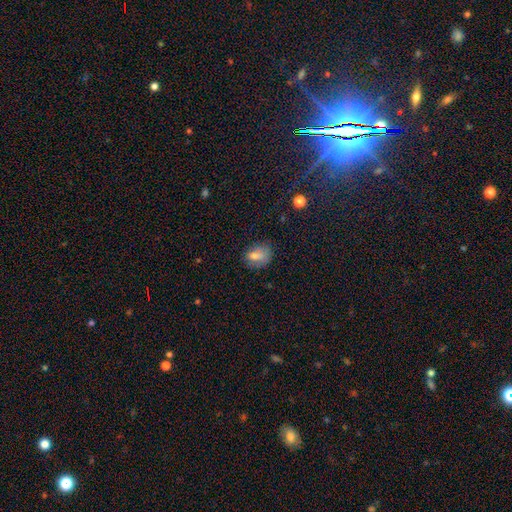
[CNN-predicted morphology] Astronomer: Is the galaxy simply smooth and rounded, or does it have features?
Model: smooth — 70%.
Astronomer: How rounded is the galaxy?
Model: in between — 58% (runner-up: round, 40%).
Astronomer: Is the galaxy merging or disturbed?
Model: none — 61%.